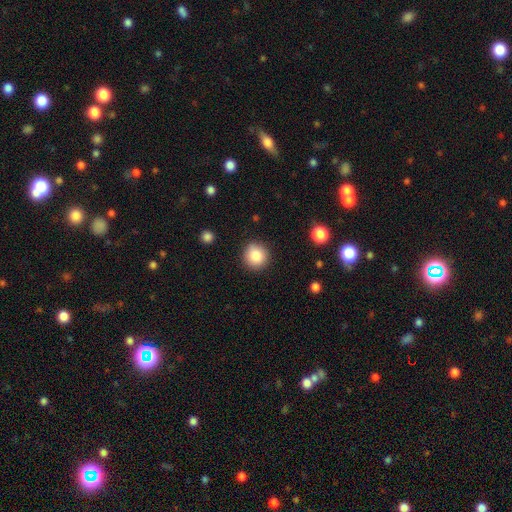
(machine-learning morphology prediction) smooth-or-featured: smooth: 84% | star or artifact: 9% | featured or disk: 7%
  how-rounded: round: 93% | in between: 6% | cigar-shaped: 1%
  merging: none: 90% | minor disturbance: 7% | major disturbance: 2% | merger: 1%